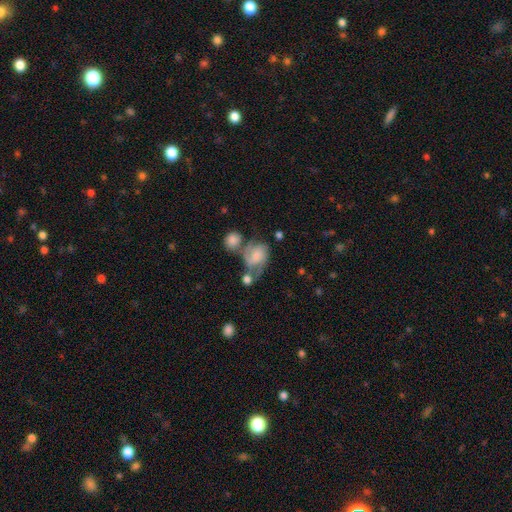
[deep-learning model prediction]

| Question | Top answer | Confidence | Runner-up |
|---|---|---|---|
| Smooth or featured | featured or disk | 55% | smooth (37%) |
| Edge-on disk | no | 97% | yes (3%) |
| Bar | no | 55% | weak (37%) |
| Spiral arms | yes | 82% | no (18%) |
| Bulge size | moderate | 36% | small (32%) |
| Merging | merger | 33% | none (27%) |